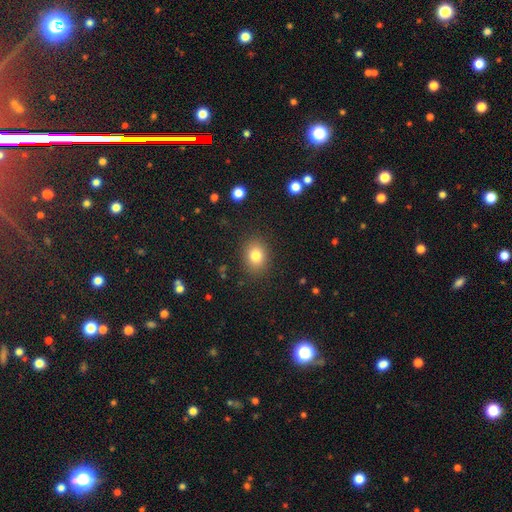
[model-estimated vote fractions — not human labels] smooth_or_featured: smooth (p=0.81) [alt: star or artifact p=0.11]
how_rounded: in between (p=0.54) [alt: round p=0.45]
merging: none (p=0.87) [alt: minor disturbance p=0.09]